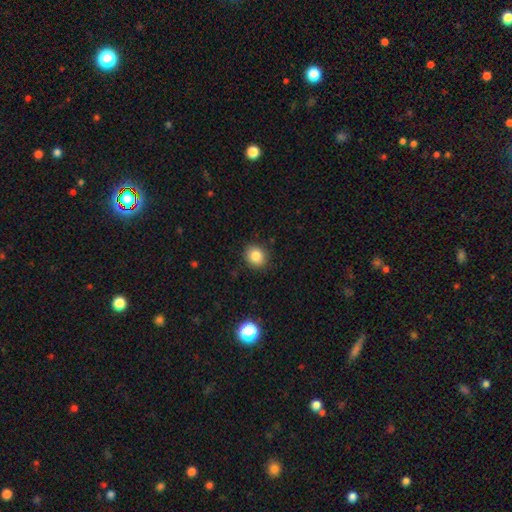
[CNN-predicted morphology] Smooth or featured?
  - smooth: 84% *
  - star or artifact: 10%
  - featured or disk: 6%
How rounded?
  - round: 75% *
  - in between: 24%
  - cigar-shaped: 1%
Merging?
  - none: 89% *
  - minor disturbance: 7%
  - major disturbance: 2%
  - merger: 1%